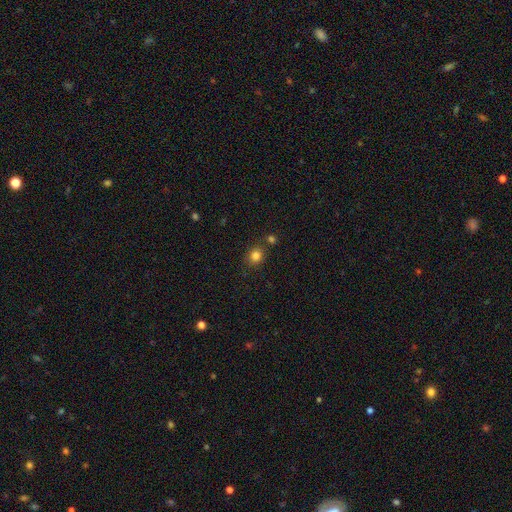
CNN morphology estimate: Smooth or featured? smooth (82%)
How rounded? round (76%)
Merging? none (78%)